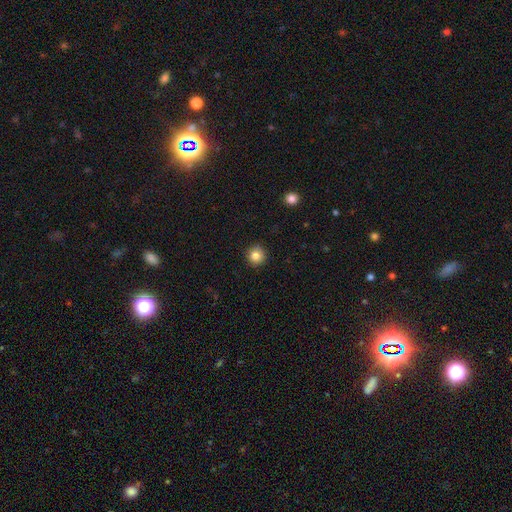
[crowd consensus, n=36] This appears to be a smooth galaxy with no disk features (92%) that is round (94%). Merging: none (91%).